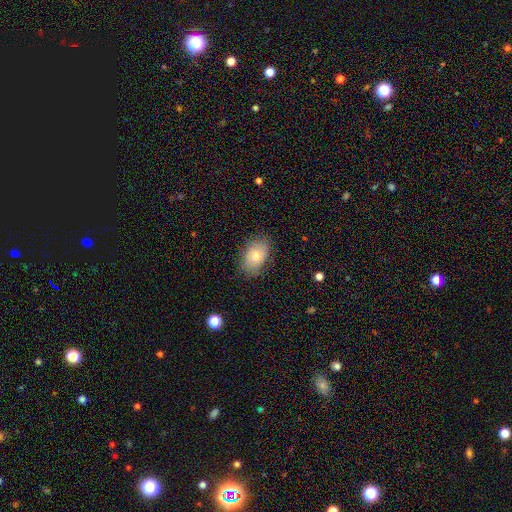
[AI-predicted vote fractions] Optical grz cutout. It shows a smooth galaxy with no disk features (73%) that is in between round and cigar-shaped (88%). Merging: none (77%).